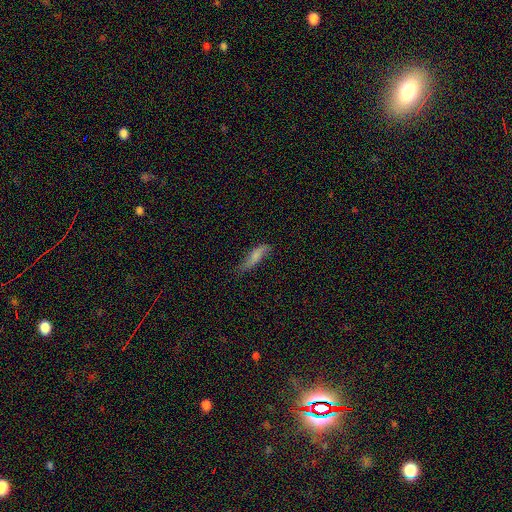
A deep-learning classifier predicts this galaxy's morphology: Smooth or featured?
  - smooth: 70% *
  - featured or disk: 23%
  - star or artifact: 7%
How rounded?
  - cigar-shaped: 67% *
  - in between: 31%
  - round: 2%
Merging?
  - none: 56% *
  - minor disturbance: 32%
  - major disturbance: 9%
  - merger: 2%